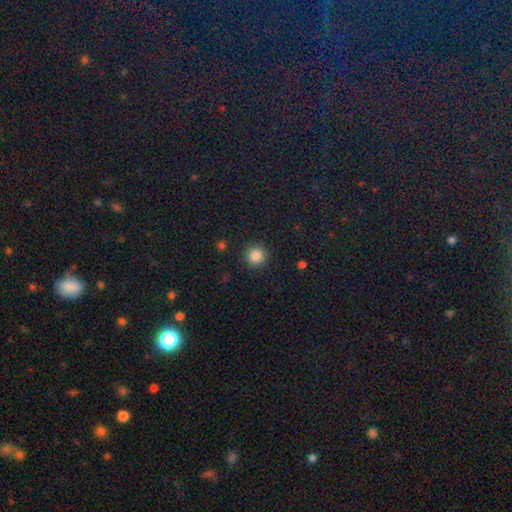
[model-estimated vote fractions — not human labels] Smooth or featured?
  - smooth: 86% *
  - star or artifact: 10%
  - featured or disk: 4%
How rounded?
  - round: 94% *
  - in between: 5%
  - cigar-shaped: 1%
Merging?
  - none: 91% *
  - minor disturbance: 6%
  - major disturbance: 2%
  - merger: 1%